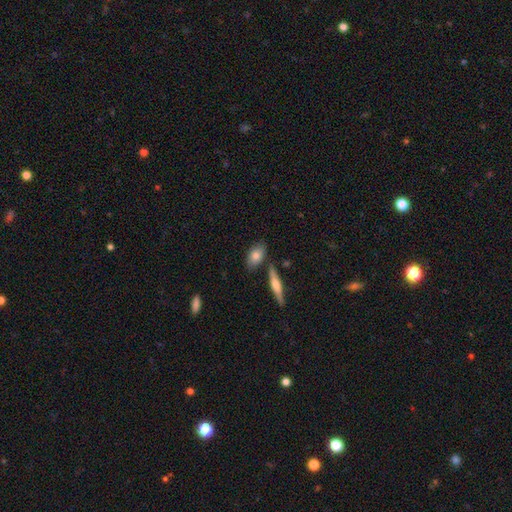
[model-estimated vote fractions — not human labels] Morphology: type=smooth (77%); roundness=in between (84%); merging=none (74%).